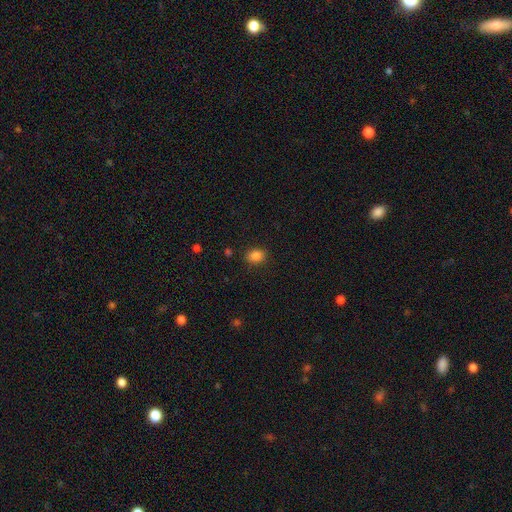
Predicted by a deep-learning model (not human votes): Smooth or featured? smooth (86%)
How rounded? in between (66%)
Merging? none (86%)